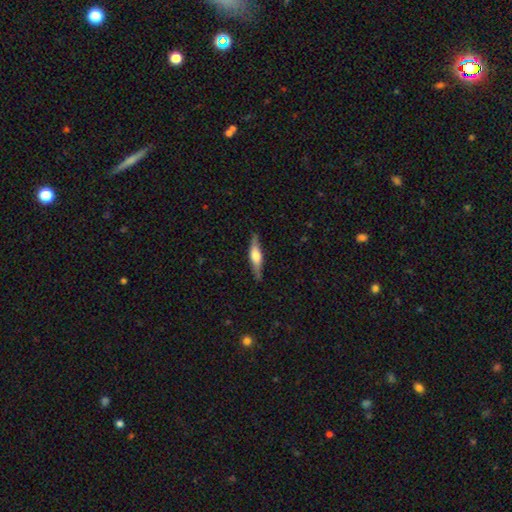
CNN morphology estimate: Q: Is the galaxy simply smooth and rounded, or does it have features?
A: featured or disk — 60%.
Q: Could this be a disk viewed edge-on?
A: yes — 94%.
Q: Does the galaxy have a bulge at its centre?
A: rounded — 83%.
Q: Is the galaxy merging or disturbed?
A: none — 86%.